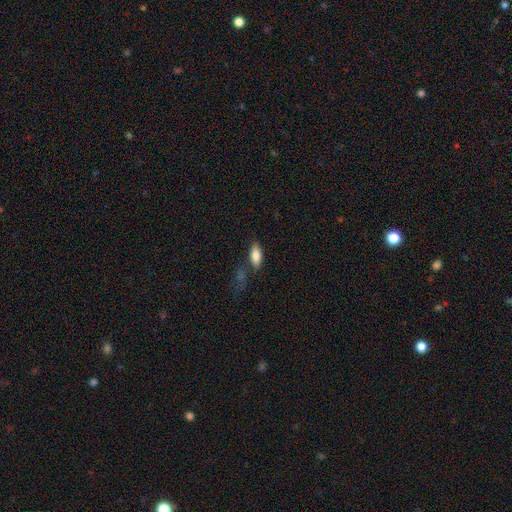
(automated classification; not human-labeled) Smooth or featured? Predicted: smooth (p=0.82). How rounded? Predicted: in between (p=0.84). Merging? Predicted: none (p=0.67).